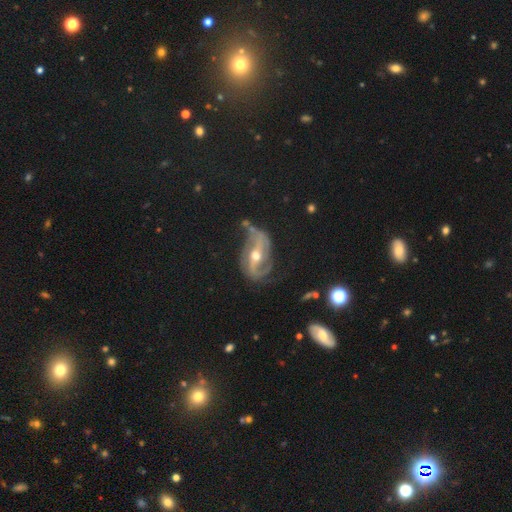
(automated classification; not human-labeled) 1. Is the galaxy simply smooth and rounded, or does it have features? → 88% featured or disk, 7% smooth, 5% star or artifact.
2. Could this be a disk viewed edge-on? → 96% no, 4% yes.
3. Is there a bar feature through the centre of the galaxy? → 44% strong, 35% weak, 21% no.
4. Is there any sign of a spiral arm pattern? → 93% yes, 7% no.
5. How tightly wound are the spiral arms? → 43% loose, 40% medium, 17% tight.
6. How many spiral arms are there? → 87% 2, 5% can't tell, 4% 1, 2% 3, 1% 4, 1% more than 4.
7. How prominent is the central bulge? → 73% moderate, 22% small, 4% large, 1% none, 1% dominant.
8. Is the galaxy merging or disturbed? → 53% none, 25% minor disturbance, 17% major disturbance, 5% merger.